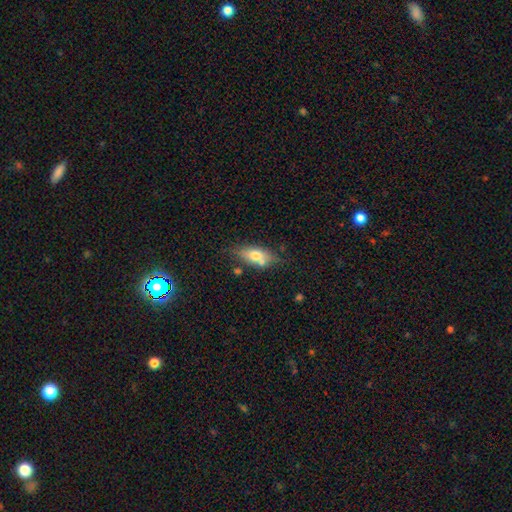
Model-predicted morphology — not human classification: The model was most divided on "smooth or featured": smooth: 64%, featured or disk: 27%, star or artifact: 8%. More confident: how rounded — in between (80%); merging — none (62%).